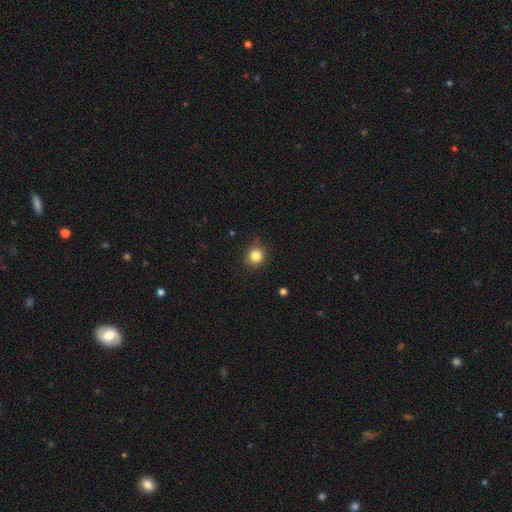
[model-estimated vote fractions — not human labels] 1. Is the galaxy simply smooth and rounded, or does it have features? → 84% smooth, 11% star or artifact, 5% featured or disk.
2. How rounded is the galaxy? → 89% round, 10% in between, 1% cigar-shaped.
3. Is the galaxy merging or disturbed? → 87% none, 10% minor disturbance, 2% major disturbance, 1% merger.